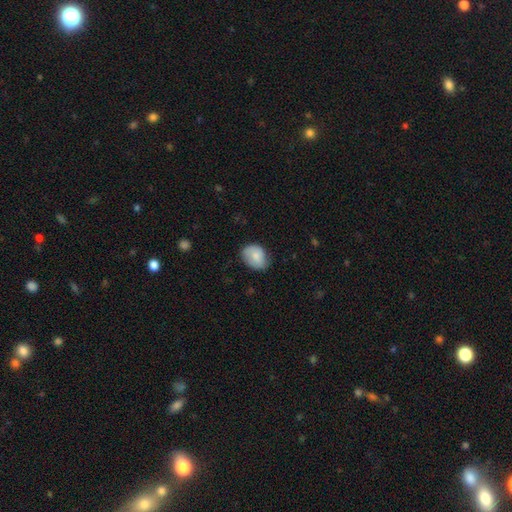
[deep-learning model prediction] Q: Smooth or featured?
A: smooth (76%); runner-up: featured or disk (17%)
Q: How rounded?
A: in between (60%); runner-up: round (39%)
Q: Merging?
A: none (69%); runner-up: minor disturbance (25%)